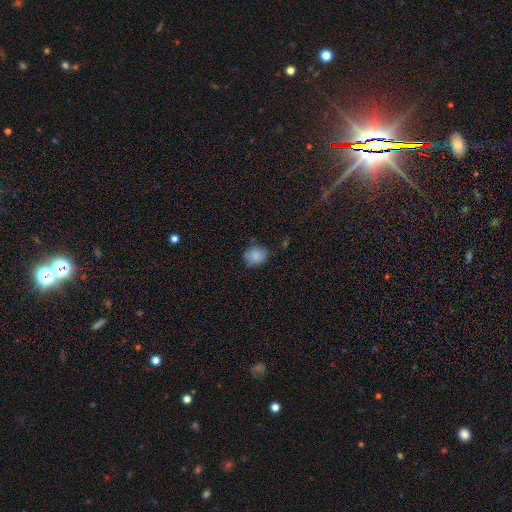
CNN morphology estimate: smooth-or-featured: smooth: 84% | star or artifact: 9% | featured or disk: 7%
  how-rounded: round: 52% | in between: 47% | cigar-shaped: 1%
  merging: none: 72% | minor disturbance: 22% | major disturbance: 5% | merger: 2%